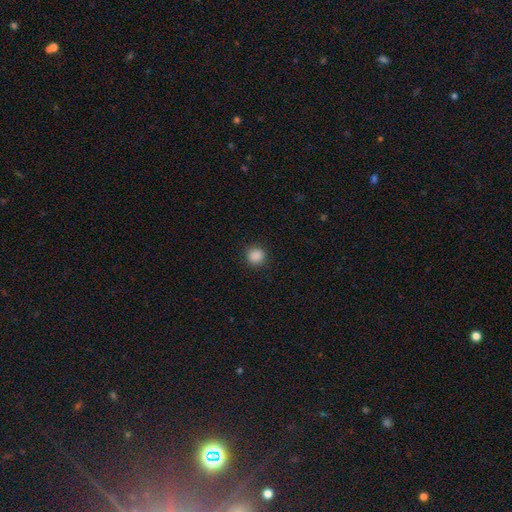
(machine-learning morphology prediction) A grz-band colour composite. It shows a smooth galaxy with no disk features (88%) that is round (92%). Merging: none (91%).